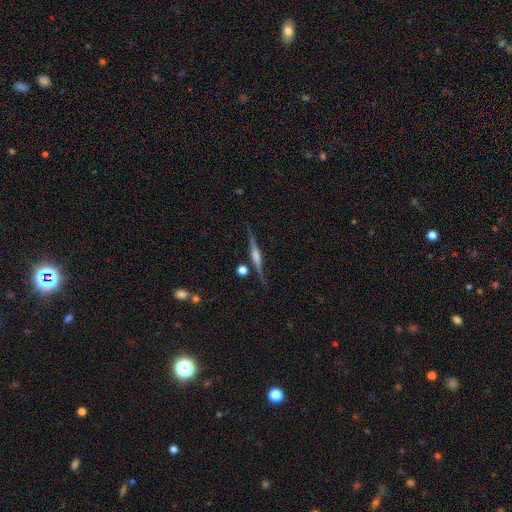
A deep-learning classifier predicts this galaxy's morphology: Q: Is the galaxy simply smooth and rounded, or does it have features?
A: featured or disk — 76%.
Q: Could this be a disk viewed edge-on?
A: yes — 98%.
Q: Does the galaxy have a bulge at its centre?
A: rounded — 64%.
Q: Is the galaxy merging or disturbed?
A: none — 85%.